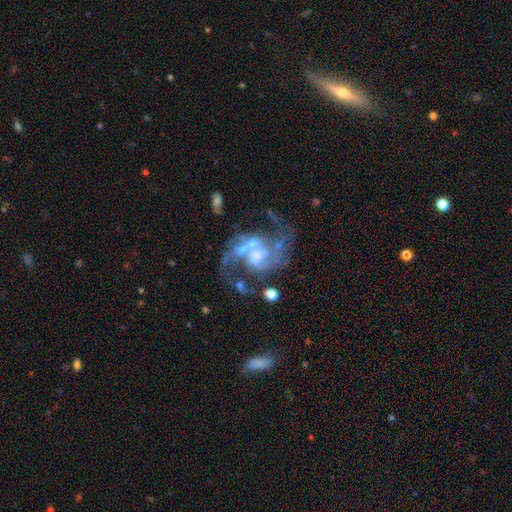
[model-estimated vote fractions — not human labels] smooth-or-featured: featured or disk: 88% | star or artifact: 7% | smooth: 5%
  disk-edge-on: no: 98% | yes: 2%
    bar: no: 51% | weak: 38% | strong: 11%
    has-spiral-arms: yes: 95% | no: 5%
      spiral-winding: medium: 50% | loose: 39% | tight: 11%
      spiral-arm-count: 2: 89% | can't tell: 4% | 3: 3% | 1: 2% | 4: 1% | more than 4: 1%
    bulge-size: small: 42% | moderate: 34% | none: 16% | large: 6% | dominant: 2%
  merging: none: 49% | merger: 20% | major disturbance: 17% | minor disturbance: 15%